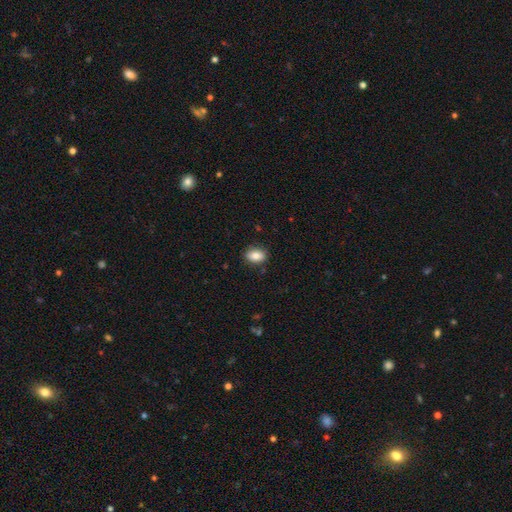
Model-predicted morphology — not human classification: A smooth galaxy with no disk features (84%) that is in between round and cigar-shaped (74%). Merging: none (86%).